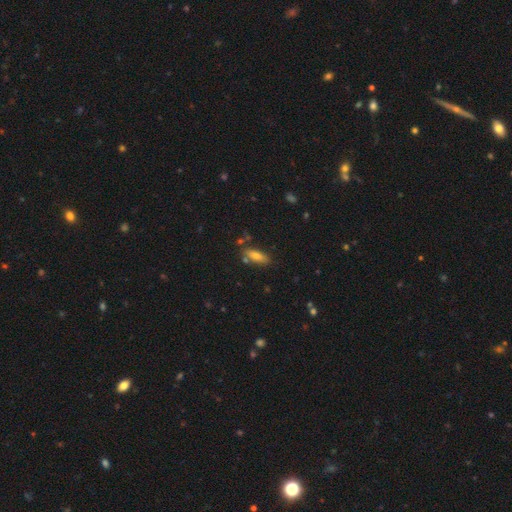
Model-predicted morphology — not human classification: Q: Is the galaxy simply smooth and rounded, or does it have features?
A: smooth — 71%.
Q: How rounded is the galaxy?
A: in between — 61%.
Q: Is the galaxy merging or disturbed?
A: none — 73%.